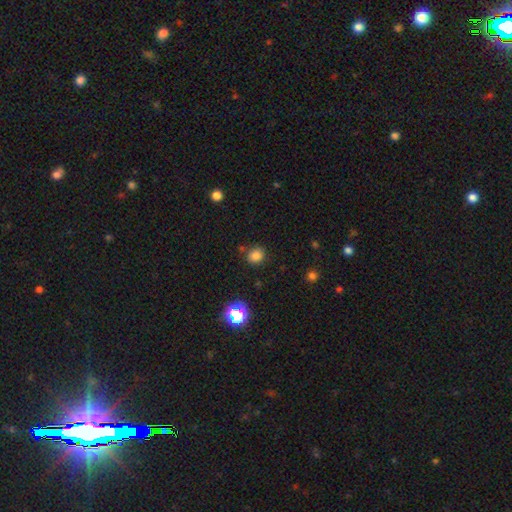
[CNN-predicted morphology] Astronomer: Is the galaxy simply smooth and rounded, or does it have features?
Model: smooth — 79%.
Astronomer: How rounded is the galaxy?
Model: round — 74%.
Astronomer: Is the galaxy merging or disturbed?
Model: none — 81%.